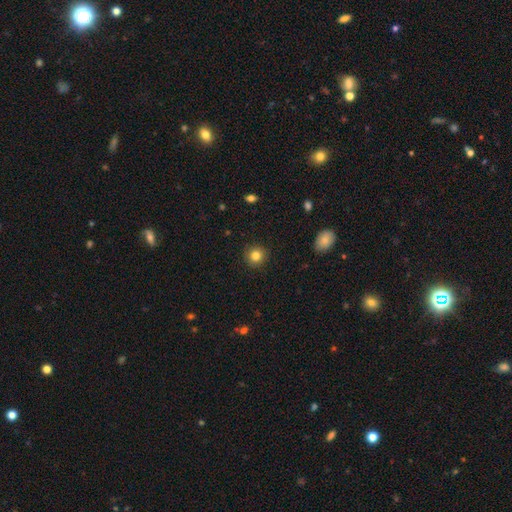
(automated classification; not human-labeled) Morphology: type=smooth (83%); roundness=round (92%); merging=none (91%).